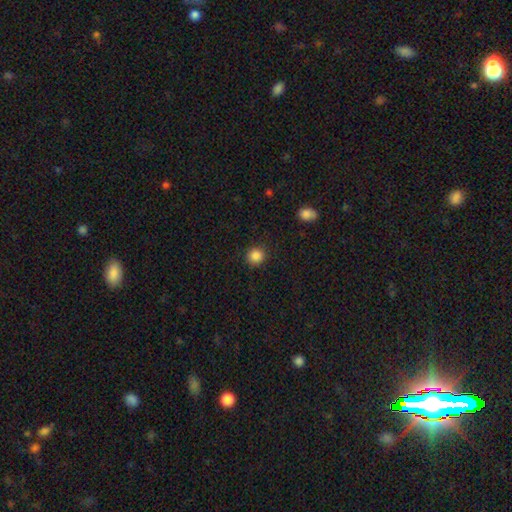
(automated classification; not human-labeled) The model was most divided on "smooth or featured": smooth: 87%, star or artifact: 10%, featured or disk: 3%. More confident: how rounded — round (93%); merging — none (91%).